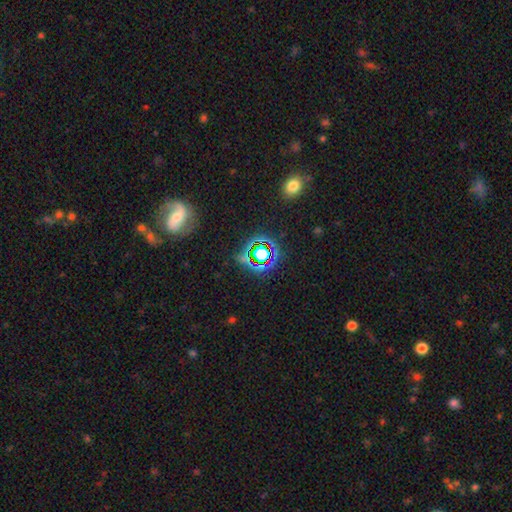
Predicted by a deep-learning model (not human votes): Q: Smooth or featured?
A: star or artifact (67%); runner-up: smooth (21%)